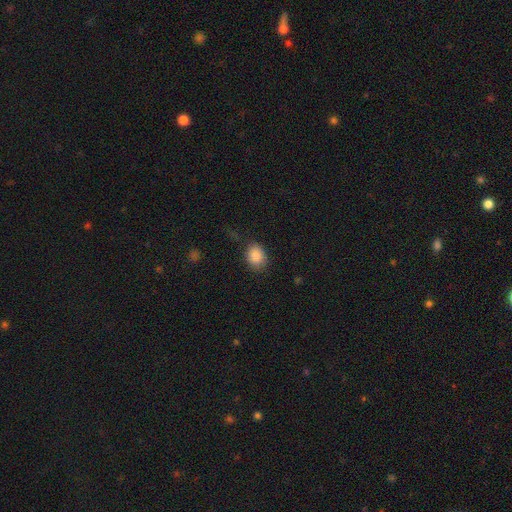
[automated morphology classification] This appears to be a smooth galaxy with no disk features (87%) that is in between round and cigar-shaped (57%). Merging: none (74%).